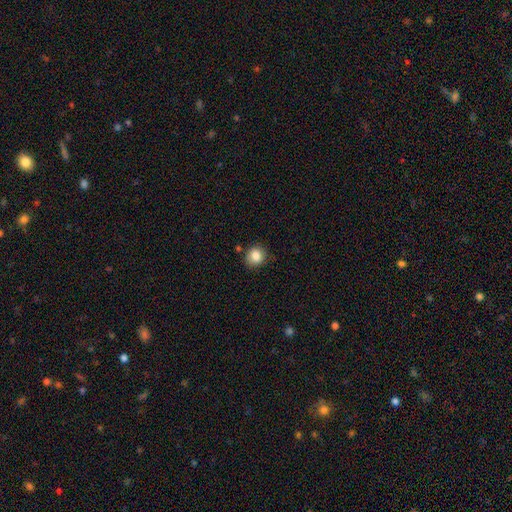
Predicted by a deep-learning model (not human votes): Smooth or featured: smooth — 84% (star or artifact — 10%)
How rounded: round — 77% (in between — 22%)
Merging: none — 79% (minor disturbance — 15%)